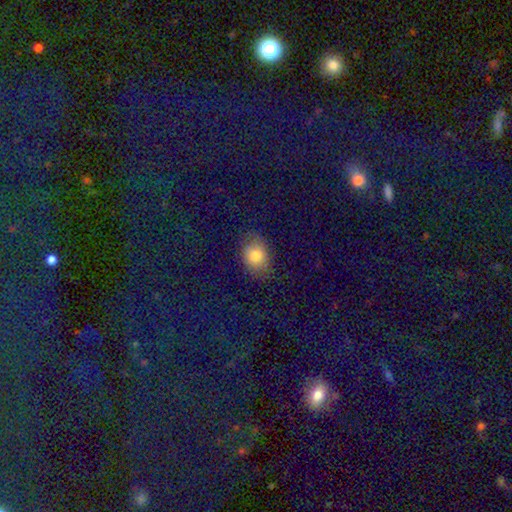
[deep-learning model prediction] Q: Smooth or featured?
A: smooth (74%); runner-up: star or artifact (15%)
Q: How rounded?
A: in between (60%); runner-up: round (38%)
Q: Merging?
A: none (78%); runner-up: minor disturbance (15%)